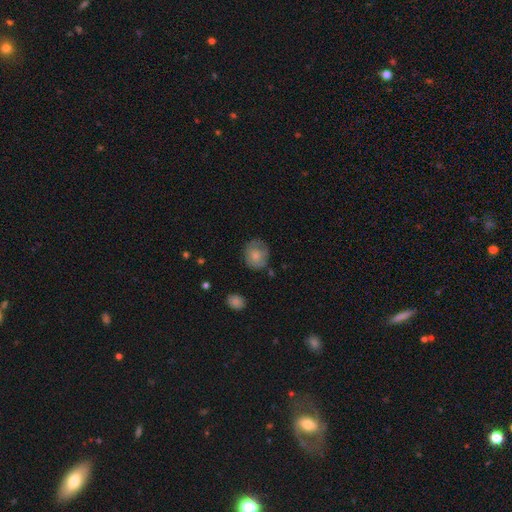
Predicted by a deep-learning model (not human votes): smooth_or_featured: smooth (p=0.74) [alt: featured or disk p=0.19]
how_rounded: round (p=0.69) [alt: in between p=0.30]
merging: none (p=0.64) [alt: minor disturbance p=0.25]